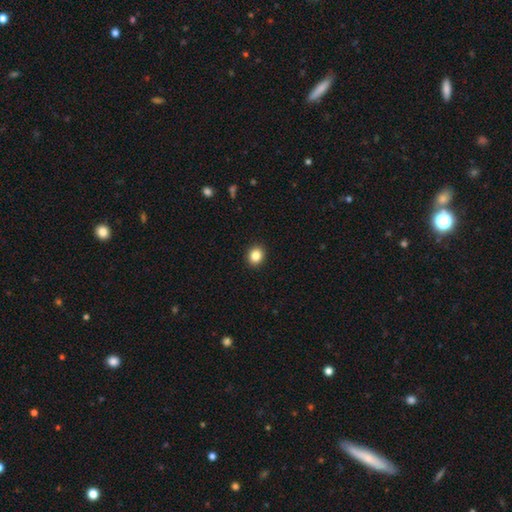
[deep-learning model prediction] A smooth galaxy with no disk features (85%) that is round (70%).

Vote fractions:
- Smooth or featured? smooth: 85% / star or artifact: 10% / featured or disk: 5%
- How rounded? round: 70% / in between: 29% / cigar-shaped: 1%
- Merging? none: 92% / minor disturbance: 5% / major disturbance: 2% / merger: 1%